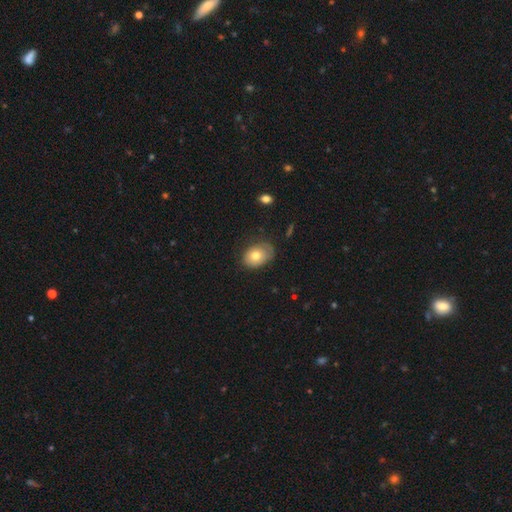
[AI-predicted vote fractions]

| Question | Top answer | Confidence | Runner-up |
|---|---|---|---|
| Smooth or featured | smooth | 74% | featured or disk (18%) |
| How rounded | in between | 74% | round (25%) |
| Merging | none | 66% | minor disturbance (25%) |